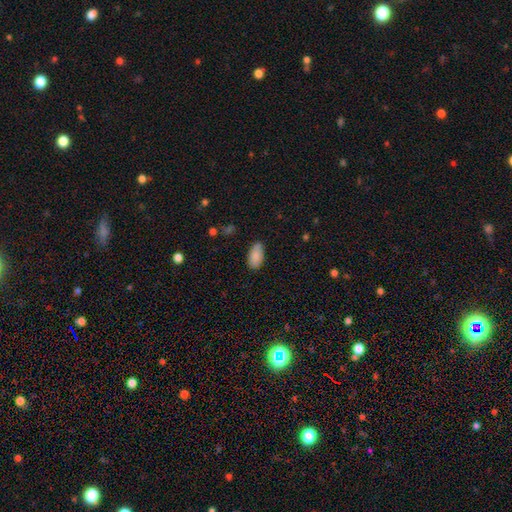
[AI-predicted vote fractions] smooth 87%, star or artifact 7%, featured or disk 6%. Down the decision tree: how rounded — in between (94%); merging — none (79%).